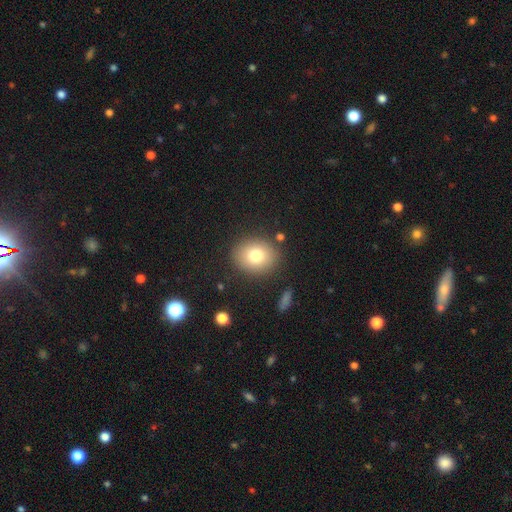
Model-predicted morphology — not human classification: Smooth or featured?
  - smooth: 77% *
  - featured or disk: 12%
  - star or artifact: 11%
How rounded?
  - round: 62% *
  - in between: 37%
  - cigar-shaped: 1%
Merging?
  - none: 86% *
  - minor disturbance: 9%
  - major disturbance: 3%
  - merger: 2%